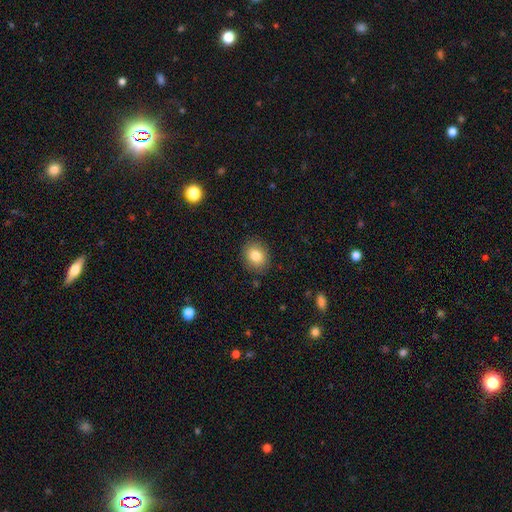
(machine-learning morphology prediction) Smooth or featured: smooth — 82% (star or artifact — 9%)
How rounded: round — 62% (in between — 37%)
Merging: none — 87% (minor disturbance — 9%)